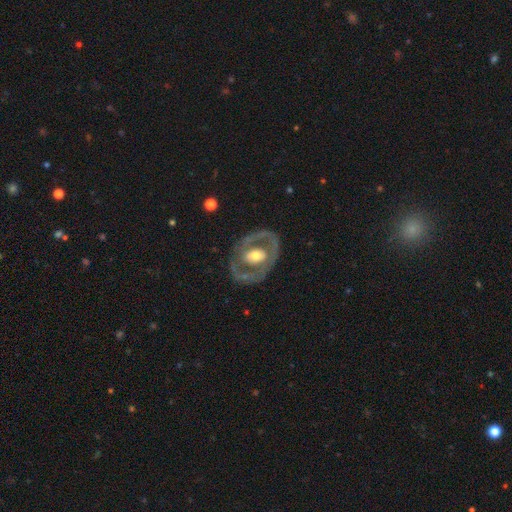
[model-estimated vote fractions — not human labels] smooth-or-featured: featured or disk: 72% | smooth: 24% | star or artifact: 4%
  disk-edge-on: no: 94% | yes: 6%
    bar: no: 63% | weak: 24% | strong: 13%
    has-spiral-arms: no: 66% | yes: 34%
    bulge-size: moderate: 66% | large: 19% | small: 12% | dominant: 2% | none: 1%
  merging: none: 71% | minor disturbance: 16% | major disturbance: 12% | merger: 2%